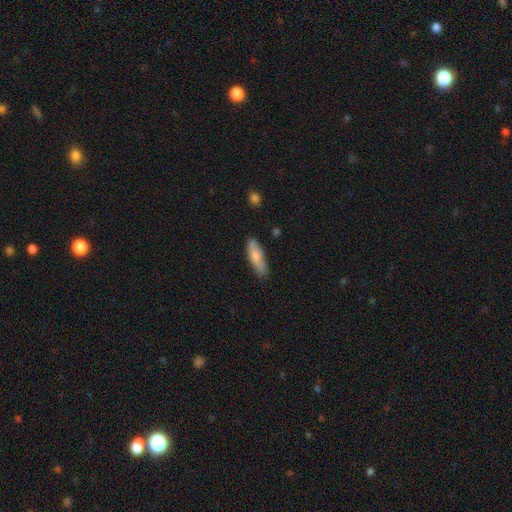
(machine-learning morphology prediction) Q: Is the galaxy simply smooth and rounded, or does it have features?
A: smooth — 74%.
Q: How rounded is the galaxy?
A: cigar-shaped — 50%.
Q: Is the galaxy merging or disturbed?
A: none — 73%.